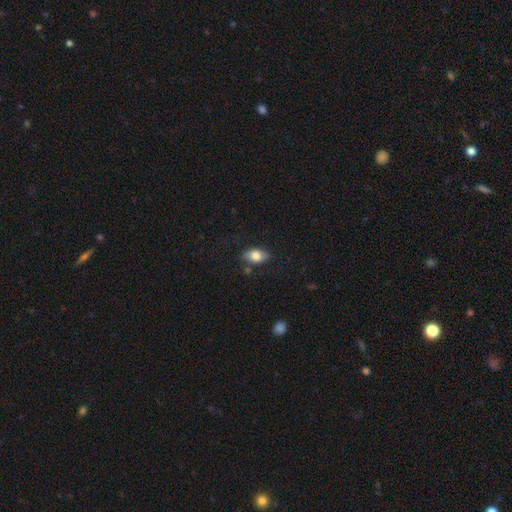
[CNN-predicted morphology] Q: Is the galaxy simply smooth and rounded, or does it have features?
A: smooth — 79%.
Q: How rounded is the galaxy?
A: in between — 87%.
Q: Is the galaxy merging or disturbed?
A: none — 78%.